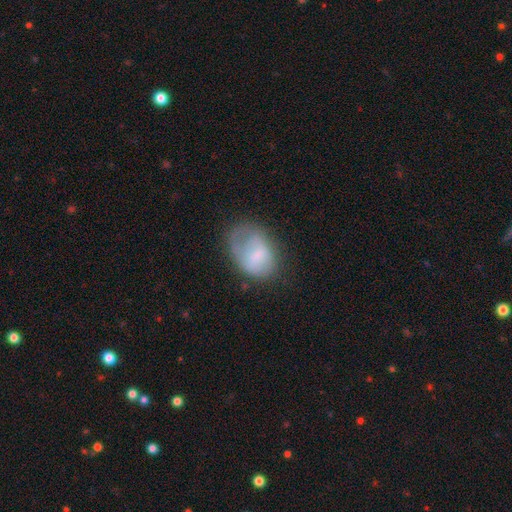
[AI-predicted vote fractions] Smooth or featured? smooth (59%)
How rounded? in between (76%)
Merging? none (39%)